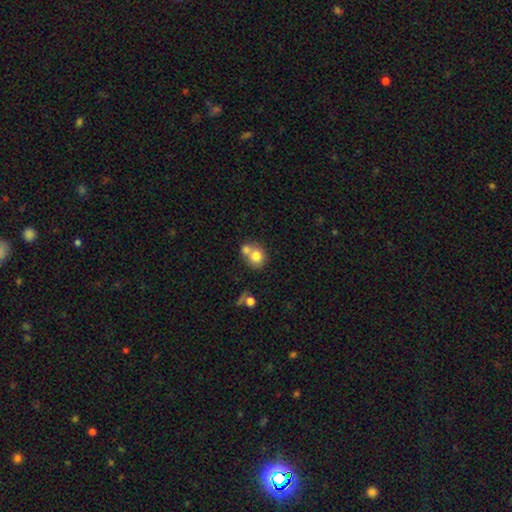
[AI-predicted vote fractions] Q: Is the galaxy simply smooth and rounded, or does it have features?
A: smooth — 76%.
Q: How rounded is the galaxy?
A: round — 77%.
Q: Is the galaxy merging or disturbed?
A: merger — 51%.